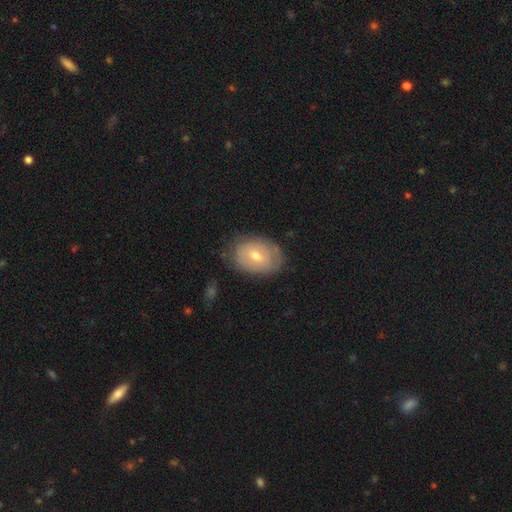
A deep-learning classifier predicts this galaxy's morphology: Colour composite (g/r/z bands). It shows a smooth galaxy with no disk features (48%). Merging: none (76%).